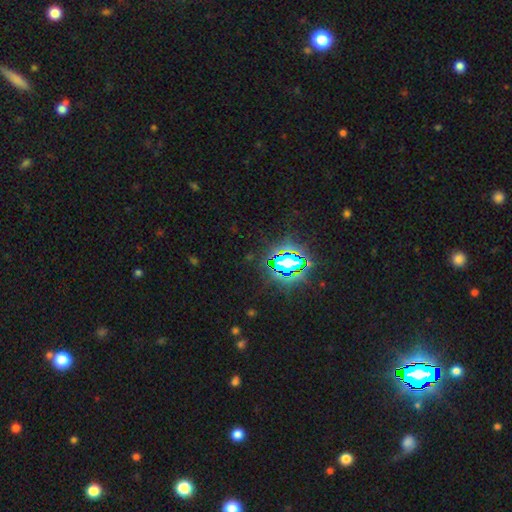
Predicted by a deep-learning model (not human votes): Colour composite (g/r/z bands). It shows a star or artifact, not a galaxy (80%).